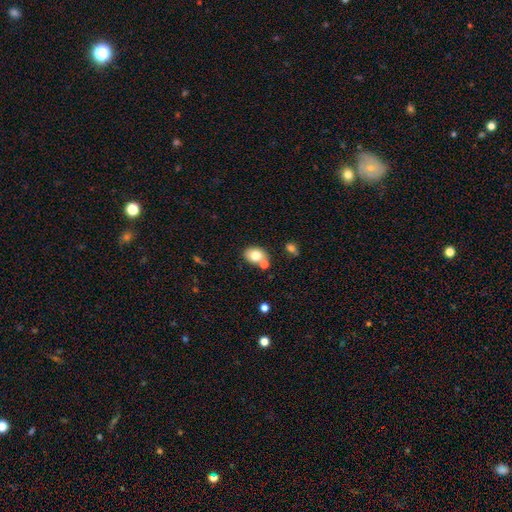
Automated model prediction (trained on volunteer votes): Smooth or featured? Predicted: smooth (p=0.77). How rounded? Predicted: in between (p=0.62). Merging? Predicted: none (p=0.63).